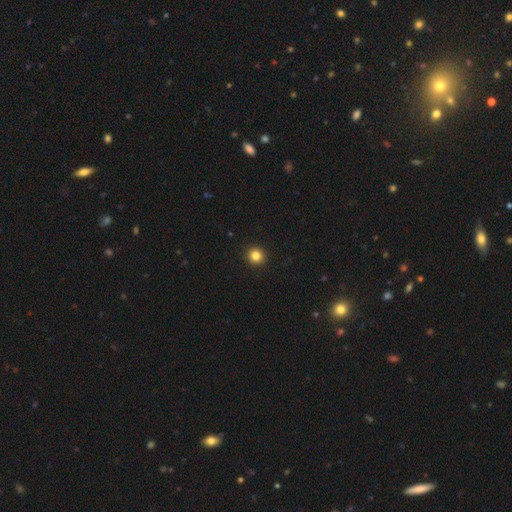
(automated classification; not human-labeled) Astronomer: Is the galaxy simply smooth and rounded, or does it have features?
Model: smooth — 84%.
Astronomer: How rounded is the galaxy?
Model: round — 94%.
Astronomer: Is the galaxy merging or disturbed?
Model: none — 94%.